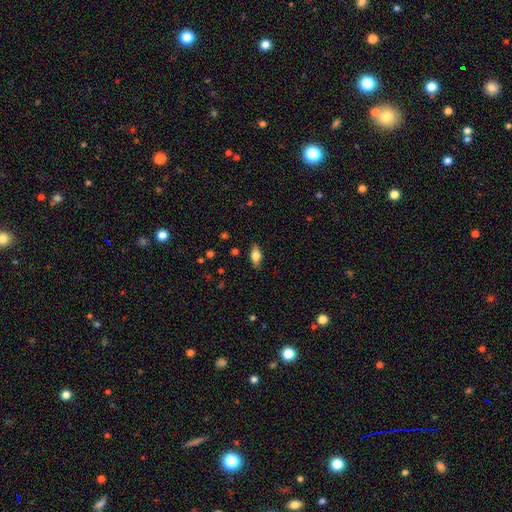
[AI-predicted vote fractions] A smooth galaxy with no disk features (62%) that is in between round and cigar-shaped (80%). Merging: none (85%).